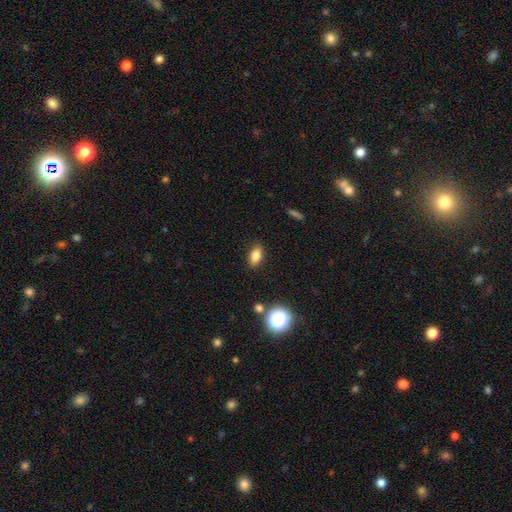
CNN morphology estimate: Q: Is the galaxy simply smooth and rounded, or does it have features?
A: smooth — 77%.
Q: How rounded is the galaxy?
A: in between — 82%.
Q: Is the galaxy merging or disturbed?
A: none — 87%.